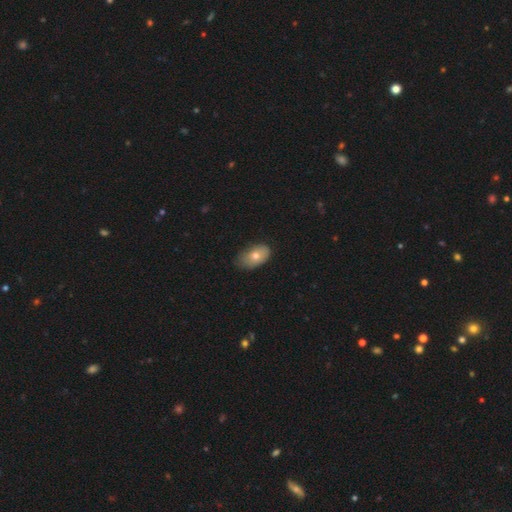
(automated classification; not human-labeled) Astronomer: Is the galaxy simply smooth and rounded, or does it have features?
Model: smooth — 70%.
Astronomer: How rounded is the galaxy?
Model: in between — 90%.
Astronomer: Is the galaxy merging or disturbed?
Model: none — 66%.